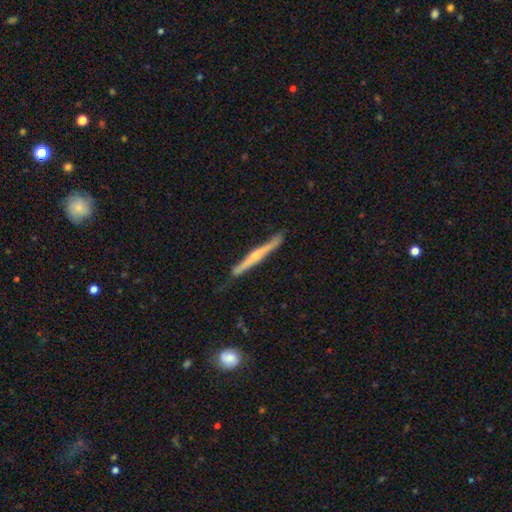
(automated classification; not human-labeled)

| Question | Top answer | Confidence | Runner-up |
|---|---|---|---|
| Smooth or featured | featured or disk | 66% | smooth (28%) |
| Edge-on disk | yes | 97% | no (3%) |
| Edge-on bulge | rounded | 69% | none (24%) |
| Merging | none | 80% | minor disturbance (16%) |